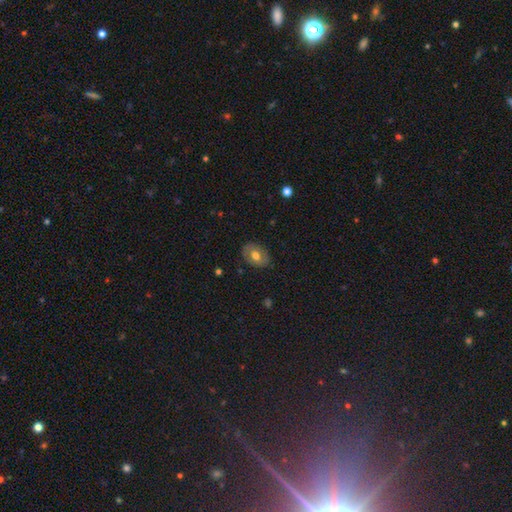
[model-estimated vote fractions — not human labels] Smooth or featured?
  - smooth: 60% *
  - featured or disk: 32%
  - star or artifact: 7%
How rounded?
  - in between: 74% *
  - round: 25%
  - cigar-shaped: 1%
Merging?
  - none: 83% *
  - minor disturbance: 13%
  - major disturbance: 3%
  - merger: 1%